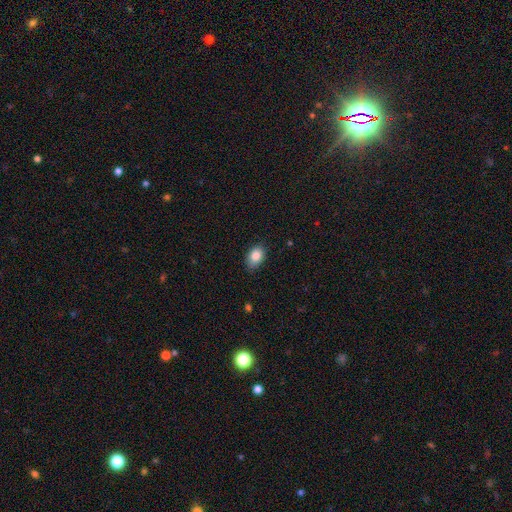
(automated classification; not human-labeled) smooth_or_featured: smooth (p=0.86) [alt: star or artifact p=0.08]
how_rounded: in between (p=0.82) [alt: round p=0.17]
merging: none (p=0.78) [alt: minor disturbance p=0.18]